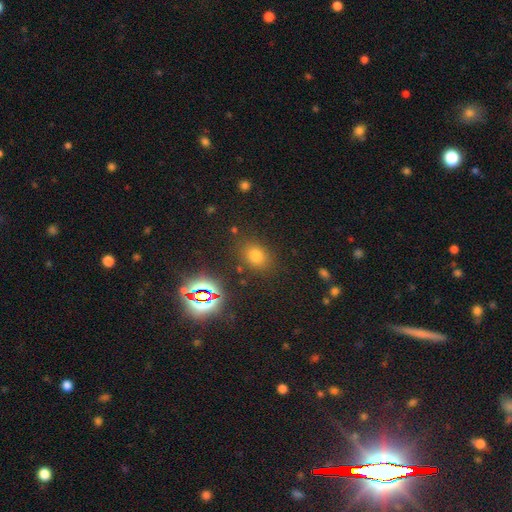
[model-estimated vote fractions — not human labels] Smooth or featured: smooth — 66% (star or artifact — 26%)
How rounded: in between — 59% (round — 39%)
Merging: none — 83% (minor disturbance — 10%)